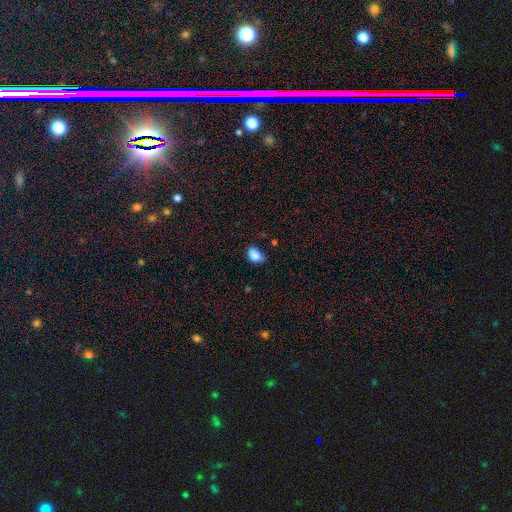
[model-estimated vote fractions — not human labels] The model was most divided on "merging": none: 58%, minor disturbance: 32%, major disturbance: 7%, merger: 3%. More confident: smooth or featured — smooth (84%); how rounded — in between (64%).